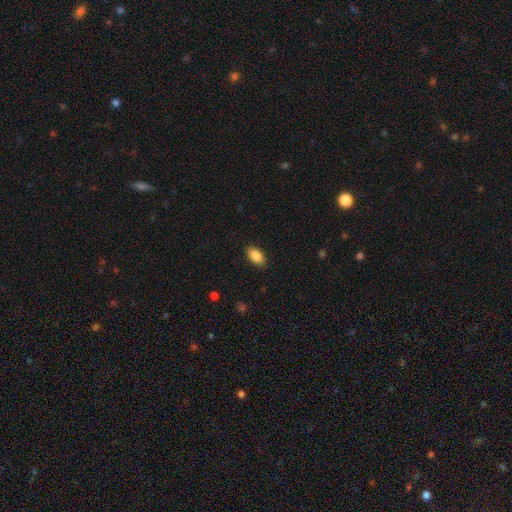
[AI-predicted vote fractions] smooth_or_featured: smooth (p=0.88) [alt: star or artifact p=0.07]
how_rounded: in between (p=0.93) [alt: round p=0.03]
merging: none (p=0.88) [alt: minor disturbance p=0.08]